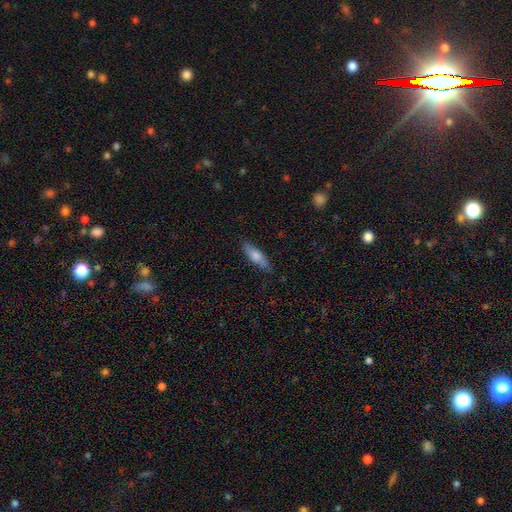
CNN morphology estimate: smooth_or_featured: smooth (p=0.68) [alt: featured or disk p=0.26]
how_rounded: cigar-shaped (p=0.63) [alt: in between p=0.35]
merging: none (p=0.85) [alt: minor disturbance p=0.12]